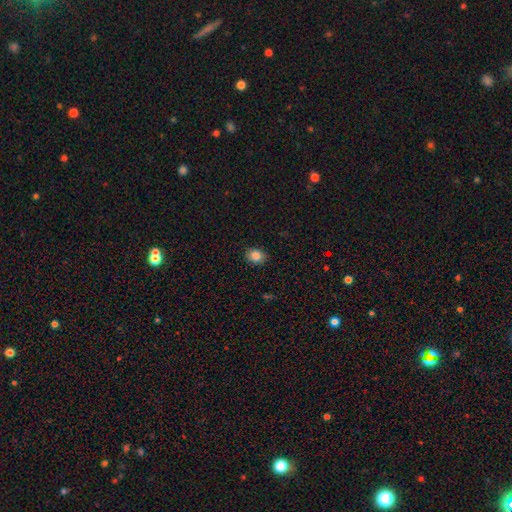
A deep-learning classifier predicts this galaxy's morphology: smooth-or-featured: smooth: 85% | star or artifact: 10% | featured or disk: 5%
  how-rounded: round: 52% | in between: 47% | cigar-shaped: 1%
  merging: none: 87% | minor disturbance: 10% | major disturbance: 2% | merger: 1%